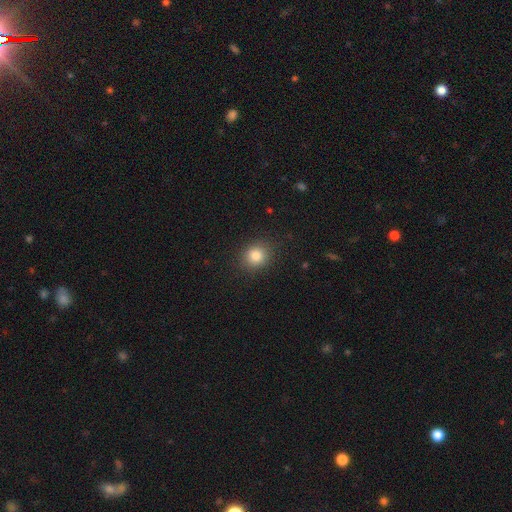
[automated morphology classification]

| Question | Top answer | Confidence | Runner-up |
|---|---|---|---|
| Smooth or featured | smooth | 82% | star or artifact (11%) |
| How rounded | round | 77% | in between (22%) |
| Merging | none | 88% | minor disturbance (8%) |